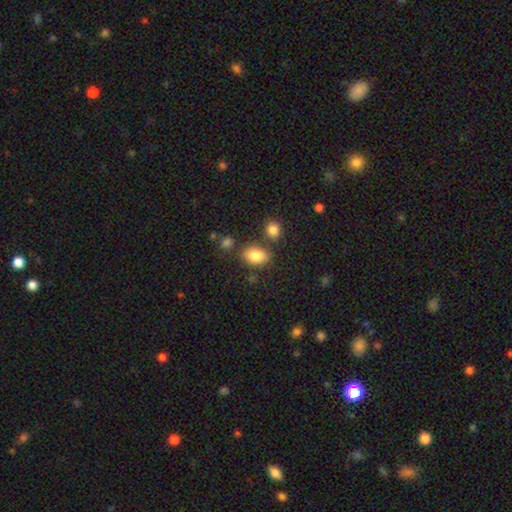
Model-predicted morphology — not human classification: smooth_or_featured: smooth (p=0.84) [alt: star or artifact p=0.08]
how_rounded: in between (p=0.82) [alt: round p=0.17]
merging: none (p=0.72) [alt: minor disturbance p=0.14]